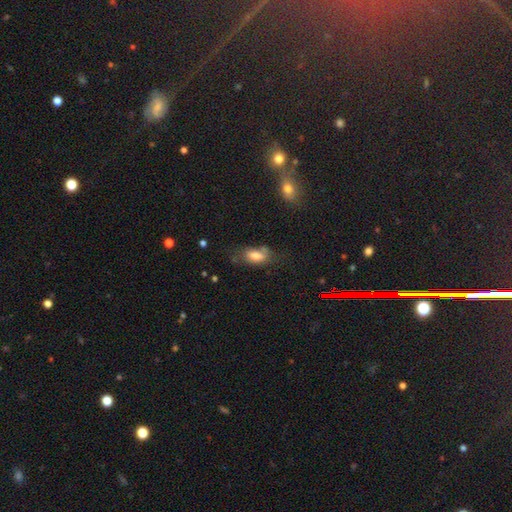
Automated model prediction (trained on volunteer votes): Overall: smooth (75%). How rounded: in between (88%). Merging: none (52%; minor disturbance 26%).